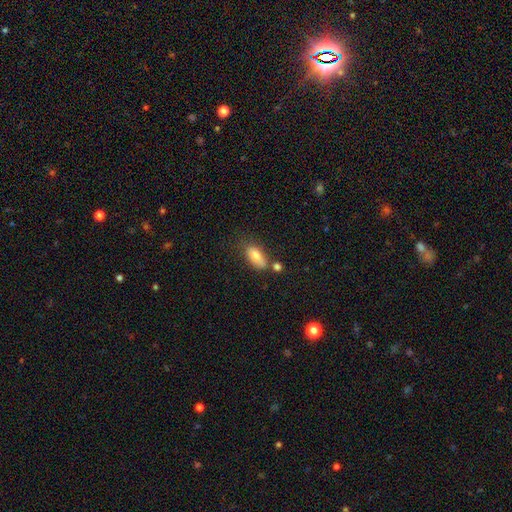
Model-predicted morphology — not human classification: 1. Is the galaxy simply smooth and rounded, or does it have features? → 79% smooth, 13% featured or disk, 8% star or artifact.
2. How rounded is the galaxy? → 83% in between, 14% cigar-shaped, 3% round.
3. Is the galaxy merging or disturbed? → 55% none, 23% minor disturbance, 14% merger, 7% major disturbance.